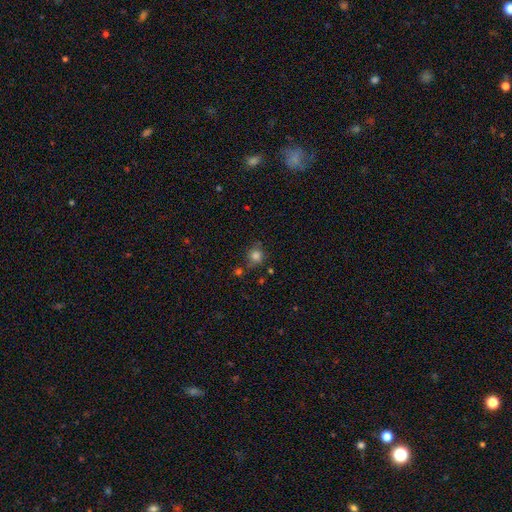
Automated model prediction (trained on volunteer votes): Q: Smooth or featured?
A: smooth (81%); runner-up: star or artifact (13%)
Q: How rounded?
A: round (86%); runner-up: in between (13%)
Q: Merging?
A: none (67%); runner-up: minor disturbance (17%)